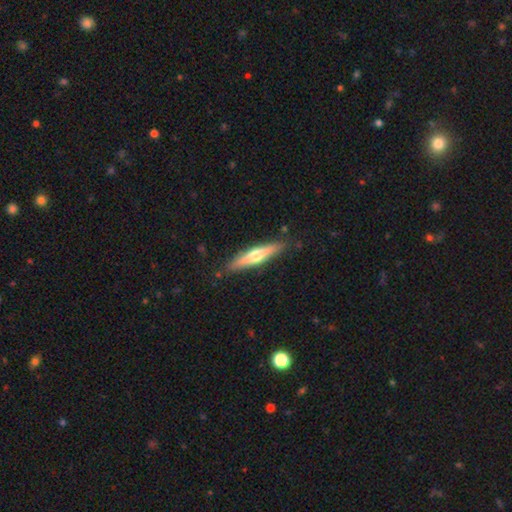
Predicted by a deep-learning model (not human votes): Morphology: type=featured or disk (54%); edge-on=yes (94%); edge-on bulge=rounded (89%); merging=none (87%).